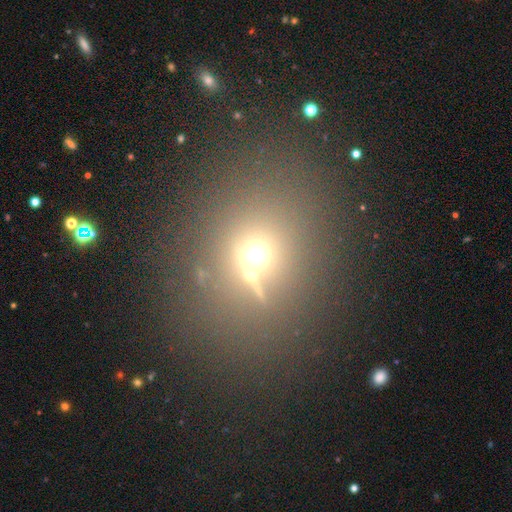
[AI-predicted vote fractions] Smooth or featured? Predicted: smooth (p=0.47). Merging? Predicted: none (p=0.74).